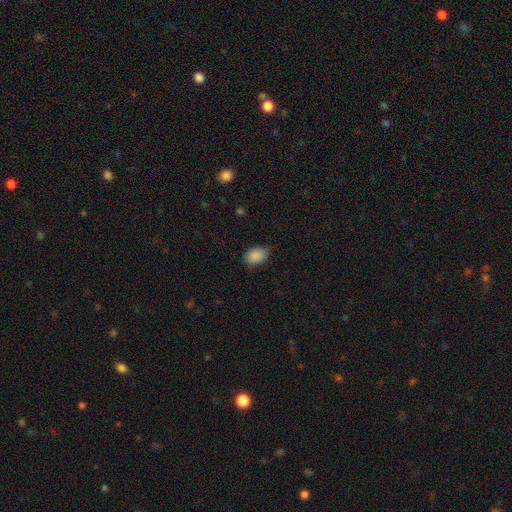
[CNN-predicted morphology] smooth 89%, star or artifact 8%, featured or disk 4%. Down the decision tree: how rounded — in between (85%); merging — none (73%).